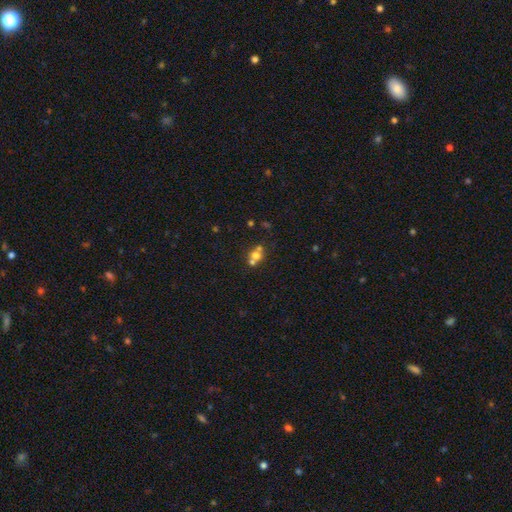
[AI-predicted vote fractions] Smooth or featured? Predicted: smooth (p=0.61). How rounded? Predicted: round (p=0.74). Merging? Predicted: merger (p=0.51).